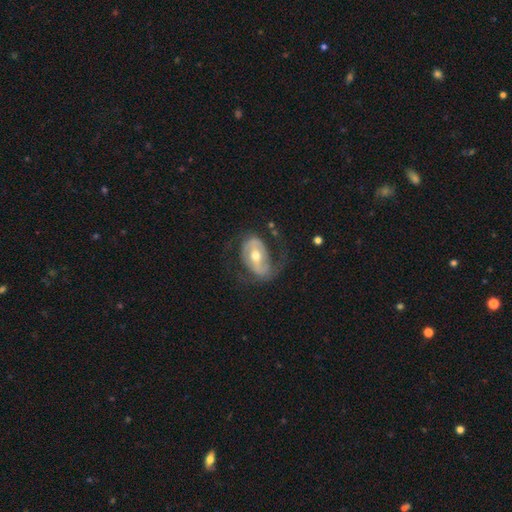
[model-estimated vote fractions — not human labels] The model was most divided on "bar": strong: 40%, weak: 36%, no: 24%. Remaining: edge-on disk — no (95%); spiral arms — yes (81%); smooth or featured — featured or disk (78%); spiral arm count — 2 (76%); bulge size — moderate (68%); merging — none (58%); spiral winding — medium (43%).